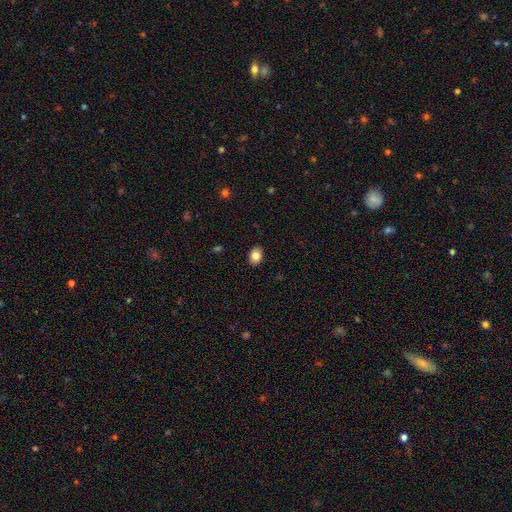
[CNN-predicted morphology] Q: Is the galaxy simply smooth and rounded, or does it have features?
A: smooth — 84%.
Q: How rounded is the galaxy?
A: in between — 69%.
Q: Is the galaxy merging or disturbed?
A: none — 88%.